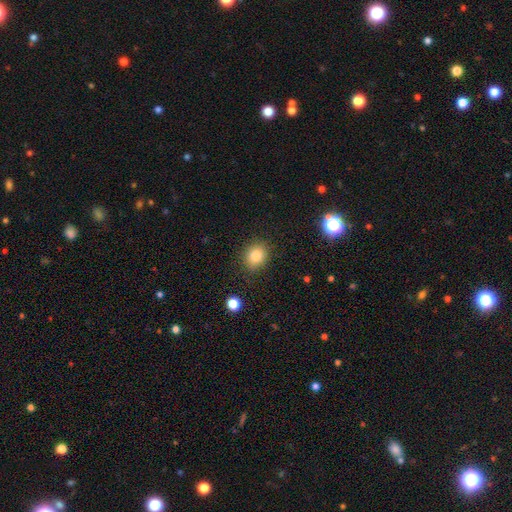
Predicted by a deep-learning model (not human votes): Smooth or featured? smooth (81%)
How rounded? round (68%)
Merging? none (86%)